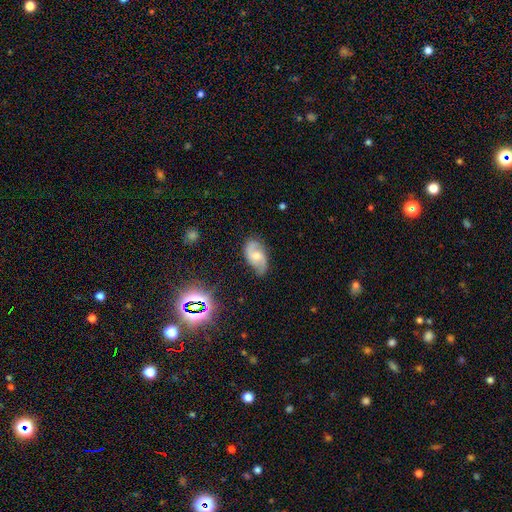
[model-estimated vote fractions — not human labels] smooth-or-featured: featured or disk: 69% | smooth: 22% | star or artifact: 8%
  disk-edge-on: no: 96% | yes: 4%
    bar: no: 55% | weak: 38% | strong: 7%
    has-spiral-arms: yes: 93% | no: 7%
      spiral-winding: medium: 45% | loose: 37% | tight: 18%
      spiral-arm-count: 2: 86% | can't tell: 7% | 1: 3% | 3: 2% | 4: 1% | more than 4: 1%
    bulge-size: moderate: 52% | small: 38% | none: 5% | large: 4% | dominant: 1%
  merging: none: 70% | minor disturbance: 23% | major disturbance: 6% | merger: 2%